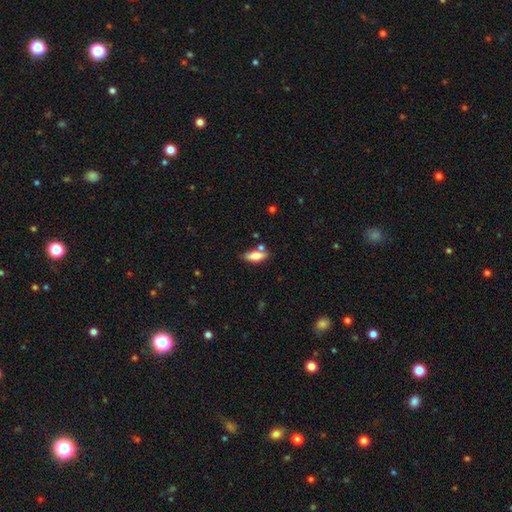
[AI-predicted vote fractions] The model was most divided on "how rounded": in between: 70%, cigar-shaped: 27%, round: 3%. More confident: smooth or featured — smooth (73%); merging — none (64%).